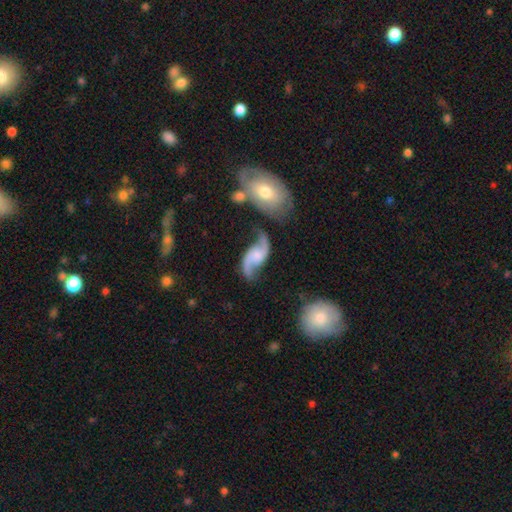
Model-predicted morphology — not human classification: This appears to be a featured or disk galaxy (89%) with no bar (55%), 2 (94%) loose (79%) spiral arms (97%) and a small central bulge (36%). Merging: none (63%).